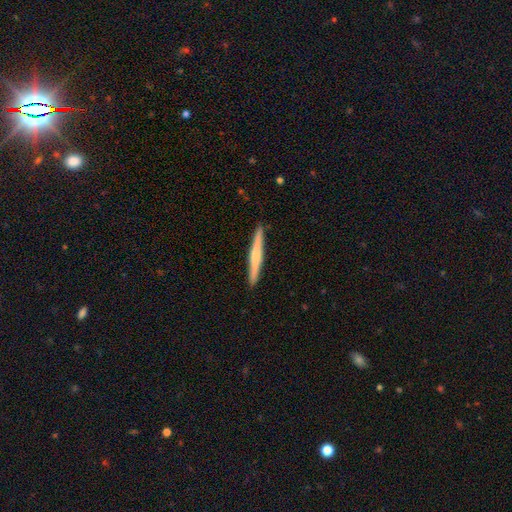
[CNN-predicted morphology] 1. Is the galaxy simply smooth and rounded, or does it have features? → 48% featured or disk, 47% smooth, 5% star or artifact.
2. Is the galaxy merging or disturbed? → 92% none, 6% minor disturbance, 1% major disturbance, 1% merger.